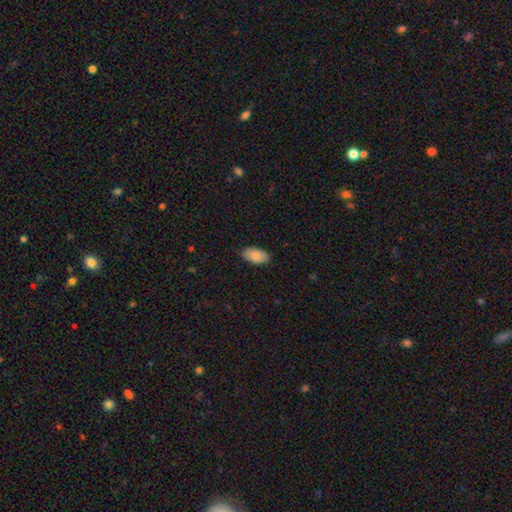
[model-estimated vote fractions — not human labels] This is clearly a smooth galaxy (84%). How rounded: clearly in between (95%). Merging: clearly none (85%).